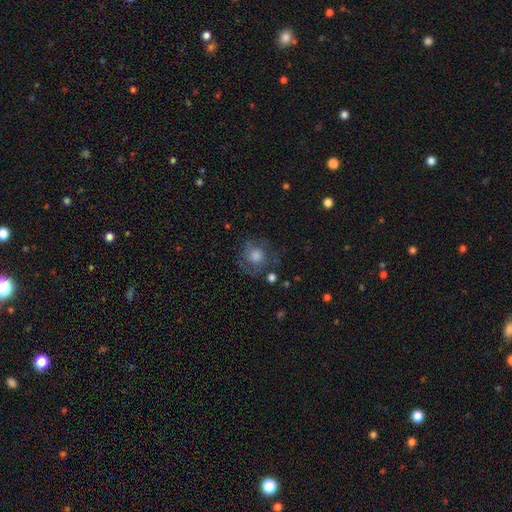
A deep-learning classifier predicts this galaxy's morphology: A smooth galaxy with no disk features (49%). Merging: none (65%).